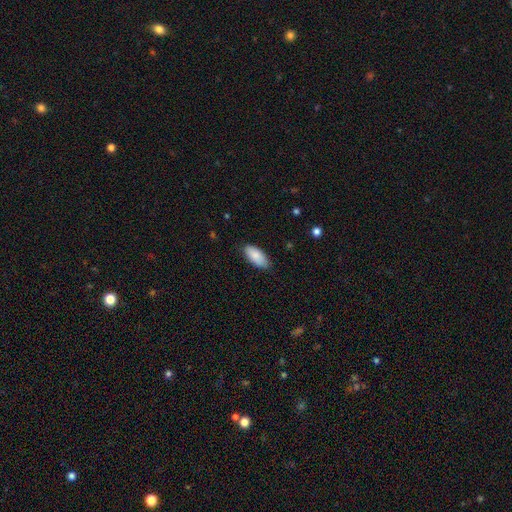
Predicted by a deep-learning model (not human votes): This appears to be a smooth galaxy with no disk features (86%) that is in between round and cigar-shaped (90%). Merging: none (83%).